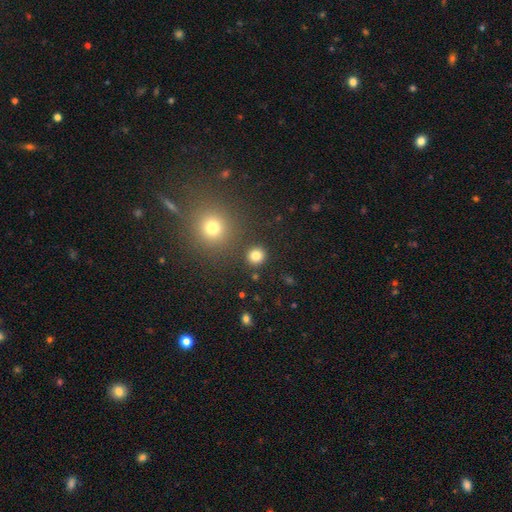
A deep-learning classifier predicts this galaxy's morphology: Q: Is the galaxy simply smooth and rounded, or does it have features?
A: smooth — 81%.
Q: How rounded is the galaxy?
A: round — 90%.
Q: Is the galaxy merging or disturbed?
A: none — 88%.